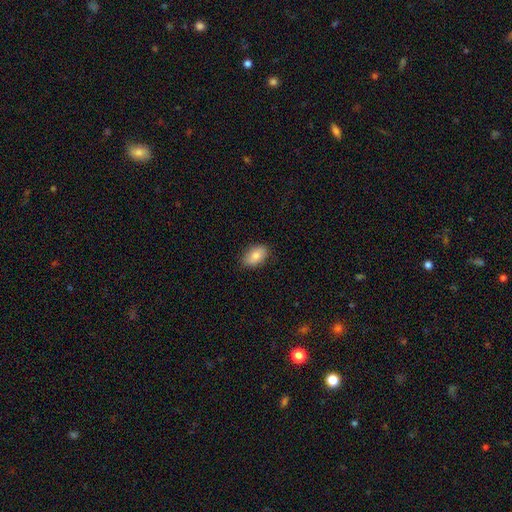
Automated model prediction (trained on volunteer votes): A smooth galaxy with no disk features (82%) that is in between round and cigar-shaped (91%). Merging: none (85%).